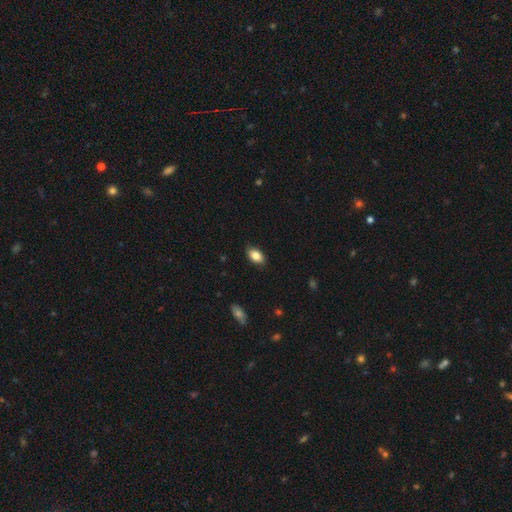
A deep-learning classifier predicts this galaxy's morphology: Smooth or featured? smooth (84%)
How rounded? in between (91%)
Merging? none (86%)